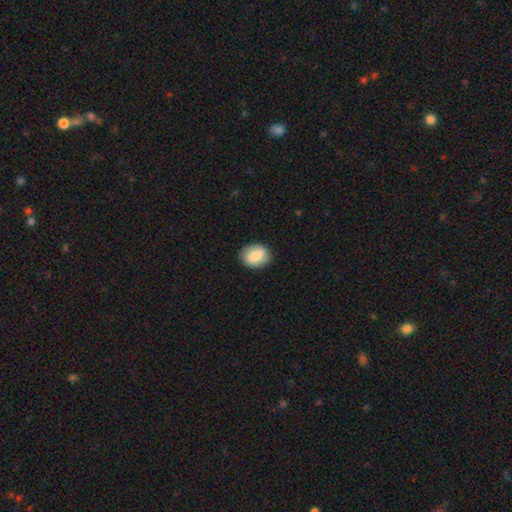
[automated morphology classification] Smooth or featured?
  - smooth: 80% *
  - featured or disk: 13%
  - star or artifact: 7%
How rounded?
  - in between: 53% *
  - round: 46%
  - cigar-shaped: 1%
Merging?
  - none: 86% *
  - minor disturbance: 11%
  - major disturbance: 3%
  - merger: 1%